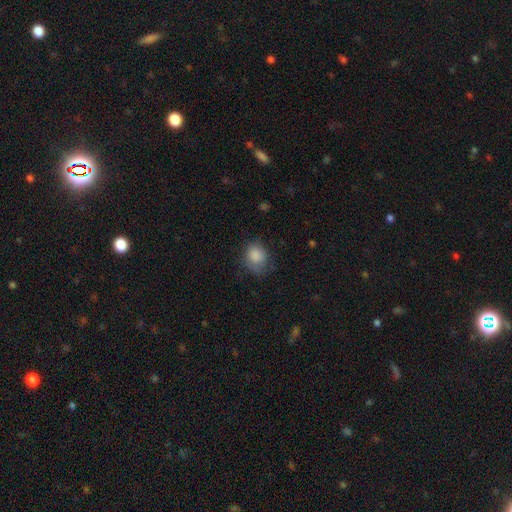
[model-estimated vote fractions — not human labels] Smooth or featured: smooth — 85% (star or artifact — 8%)
How rounded: round — 64% (in between — 35%)
Merging: none — 59% (minor disturbance — 28%)